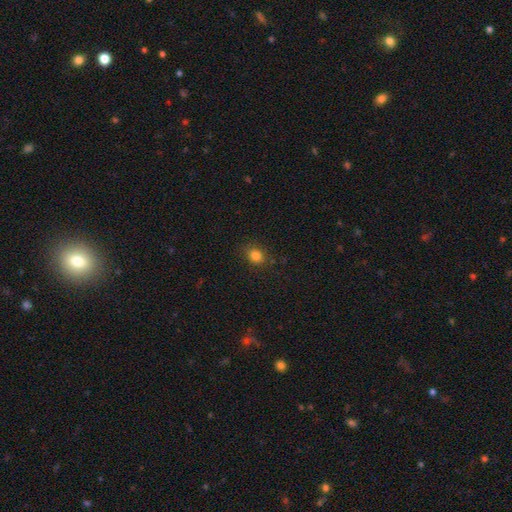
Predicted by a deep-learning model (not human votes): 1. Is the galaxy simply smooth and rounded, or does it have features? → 82% smooth, 13% star or artifact, 5% featured or disk.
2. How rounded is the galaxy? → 57% round, 42% in between, 1% cigar-shaped.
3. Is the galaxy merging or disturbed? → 84% none, 12% minor disturbance, 3% major disturbance, 1% merger.